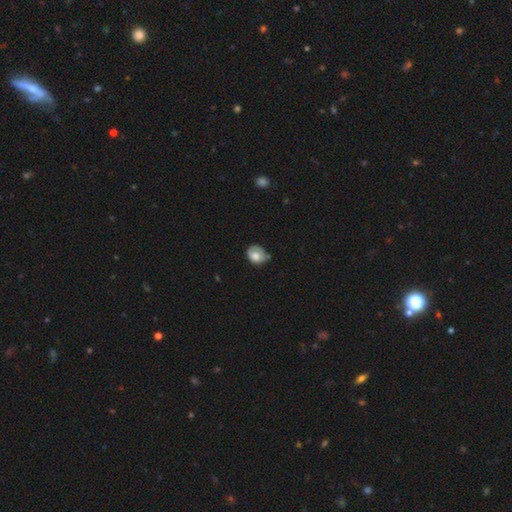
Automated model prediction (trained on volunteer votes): This appears to be a smooth galaxy with no disk features (74%) that is round (51%). Merging: none (51%).